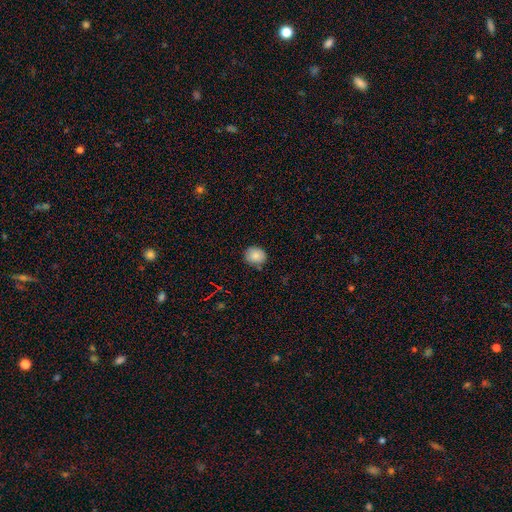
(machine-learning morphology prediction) smooth-or-featured: smooth: 85% | star or artifact: 9% | featured or disk: 6%
  how-rounded: round: 70% | in between: 29% | cigar-shaped: 1%
  merging: none: 81% | minor disturbance: 14% | major disturbance: 2% | merger: 2%